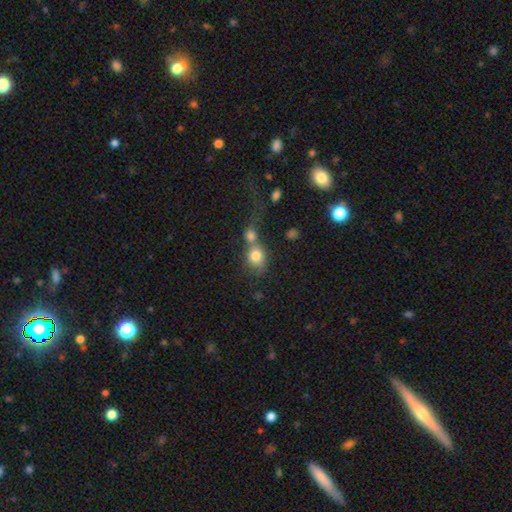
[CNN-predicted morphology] The model was most divided on "merging": merger: 59%, none: 26%, minor disturbance: 8%, major disturbance: 7%. More confident: smooth or featured — smooth (79%); how rounded — round (70%).